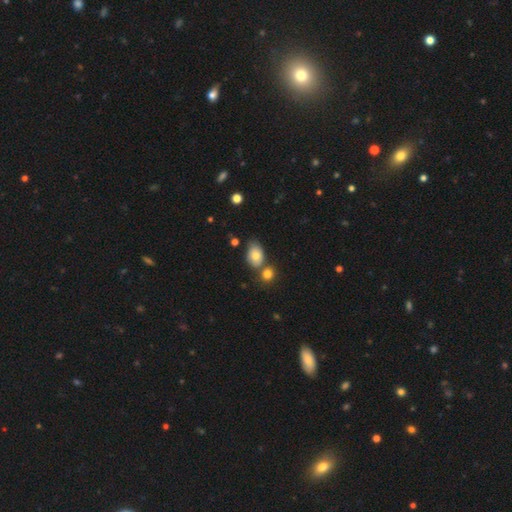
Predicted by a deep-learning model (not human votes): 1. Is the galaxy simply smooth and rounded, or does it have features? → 76% smooth, 15% featured or disk, 9% star or artifact.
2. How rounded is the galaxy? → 81% in between, 18% round, 1% cigar-shaped.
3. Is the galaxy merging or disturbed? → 52% none, 26% merger, 18% minor disturbance, 5% major disturbance.